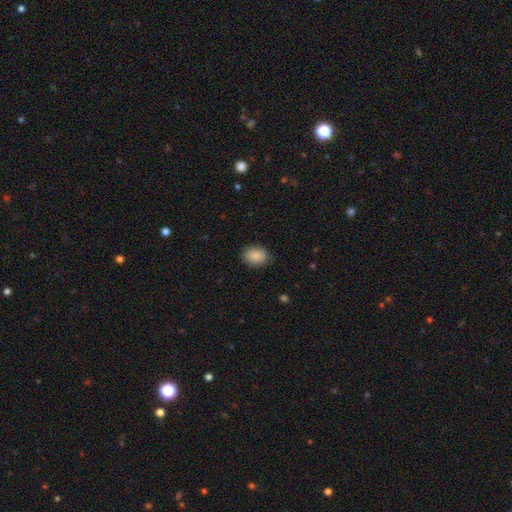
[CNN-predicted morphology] Smooth or featured? Predicted: smooth (p=0.88). How rounded? Predicted: in between (p=0.70). Merging? Predicted: none (p=0.86).